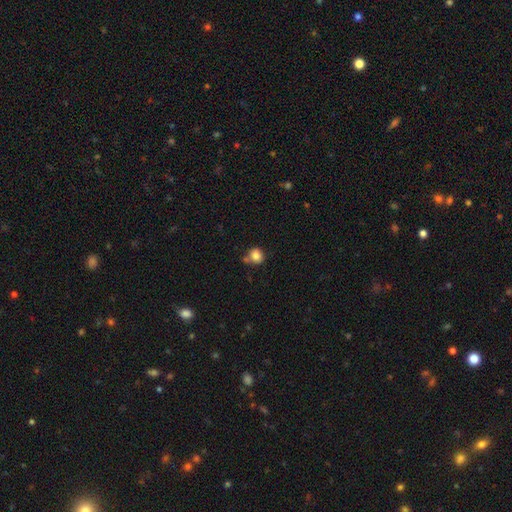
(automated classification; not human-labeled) This appears to be a smooth galaxy with no disk features (82%) that is round (80%). Merging: none (63%).